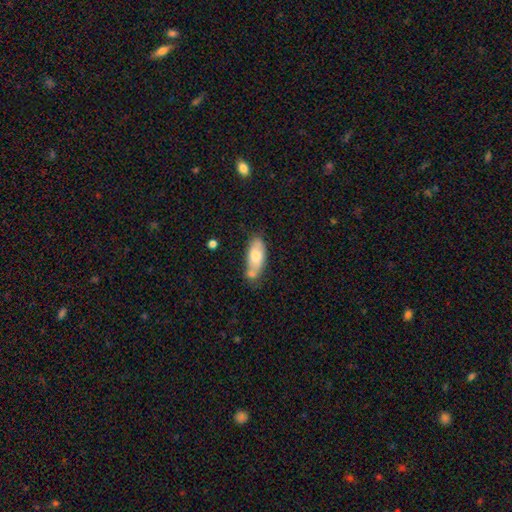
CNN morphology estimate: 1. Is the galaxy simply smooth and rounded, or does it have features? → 71% smooth, 23% featured or disk, 6% star or artifact.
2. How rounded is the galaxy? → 80% in between, 17% cigar-shaped, 3% round.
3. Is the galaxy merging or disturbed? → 52% none, 22% merger, 21% minor disturbance, 5% major disturbance.